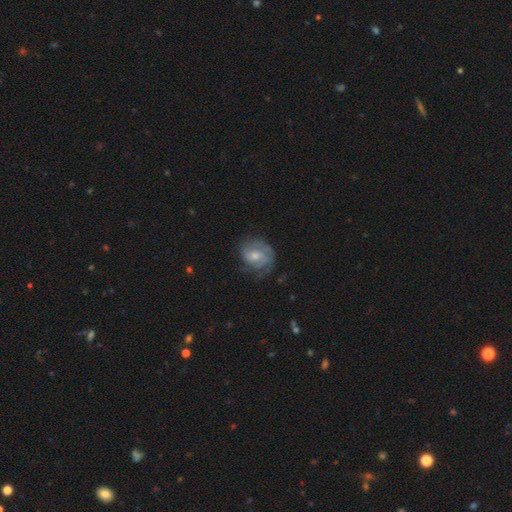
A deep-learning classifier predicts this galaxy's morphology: A featured or disk galaxy (64%) with no bar (52%), 2 (38%) tight (46%) spiral arms (83%) and a moderate central bulge (53%). Merging: none (59%).